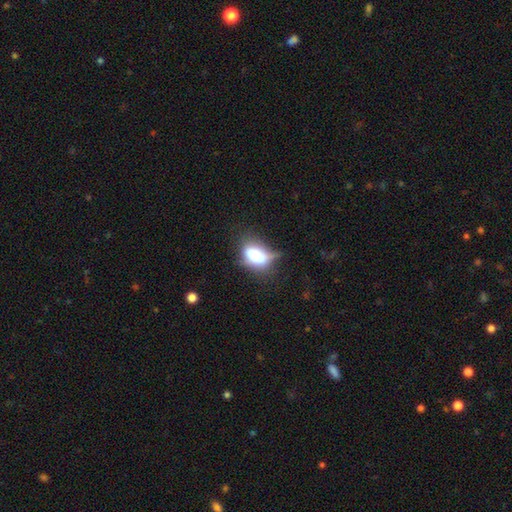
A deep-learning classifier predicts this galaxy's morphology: Q: Smooth or featured?
A: smooth (69%); runner-up: featured or disk (21%)
Q: How rounded?
A: in between (83%); runner-up: round (12%)
Q: Merging?
A: none (36%); runner-up: minor disturbance (35%)